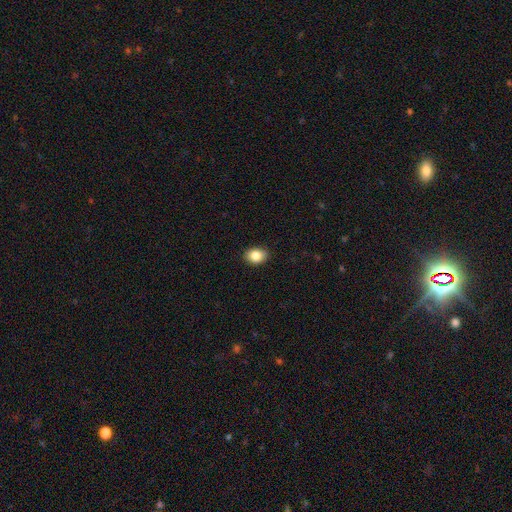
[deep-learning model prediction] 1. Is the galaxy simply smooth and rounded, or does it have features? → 85% smooth, 9% star or artifact, 6% featured or disk.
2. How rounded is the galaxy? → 67% in between, 32% round, 1% cigar-shaped.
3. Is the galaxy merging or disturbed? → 88% none, 9% minor disturbance, 2% major disturbance, 1% merger.